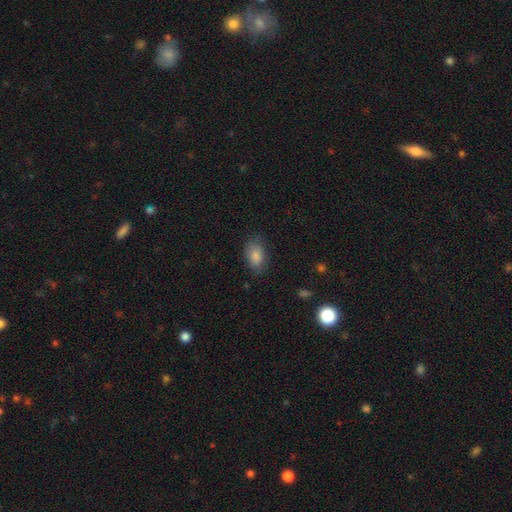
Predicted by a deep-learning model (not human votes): smooth_or_featured: smooth (p=0.87) [alt: star or artifact p=0.08]
how_rounded: in between (p=0.90) [alt: round p=0.08]
merging: none (p=0.79) [alt: minor disturbance p=0.15]